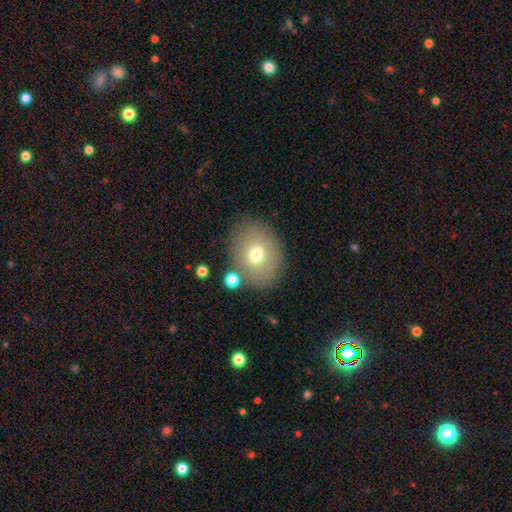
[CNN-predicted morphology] smooth 70%, featured or disk 19%, star or artifact 11%. Down the decision tree: how rounded — in between (59%); merging — none (82%).